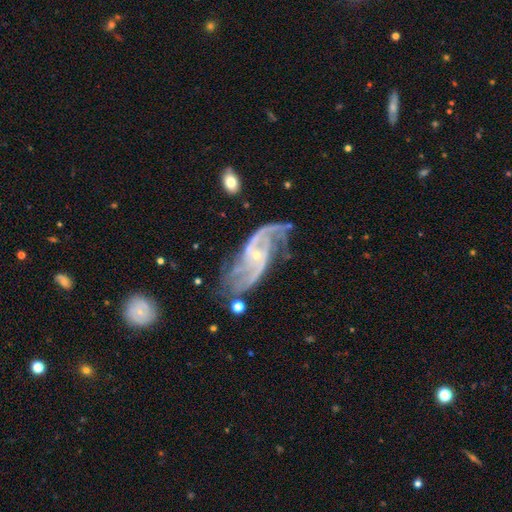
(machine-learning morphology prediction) A featured or disk galaxy (90%) with no bar (51%), 2 (58%) medium (45%) spiral arms (97%) and a small central bulge (82%). Merging: none (54%).